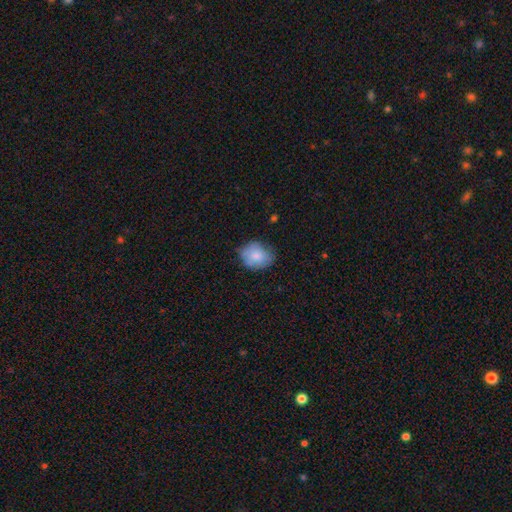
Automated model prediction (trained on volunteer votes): Smooth or featured?
  - smooth: 80% *
  - featured or disk: 13%
  - star or artifact: 7%
How rounded?
  - round: 52% *
  - in between: 47%
  - cigar-shaped: 1%
Merging?
  - none: 68% *
  - minor disturbance: 25%
  - major disturbance: 6%
  - merger: 2%